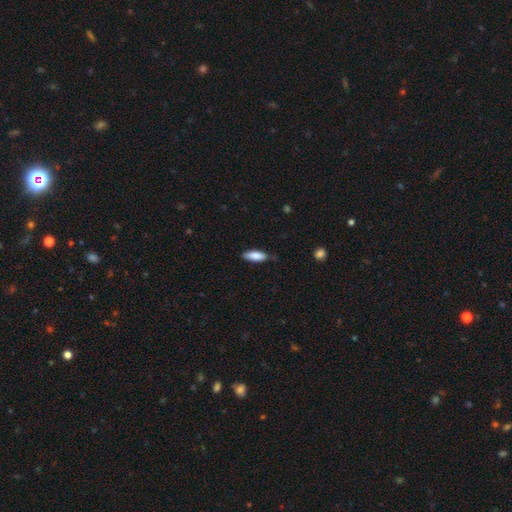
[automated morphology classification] Smooth or featured?
  - smooth: 84% *
  - featured or disk: 10%
  - star or artifact: 6%
How rounded?
  - in between: 67% *
  - cigar-shaped: 32%
  - round: 2%
Merging?
  - none: 75% *
  - minor disturbance: 21%
  - major disturbance: 3%
  - merger: 2%